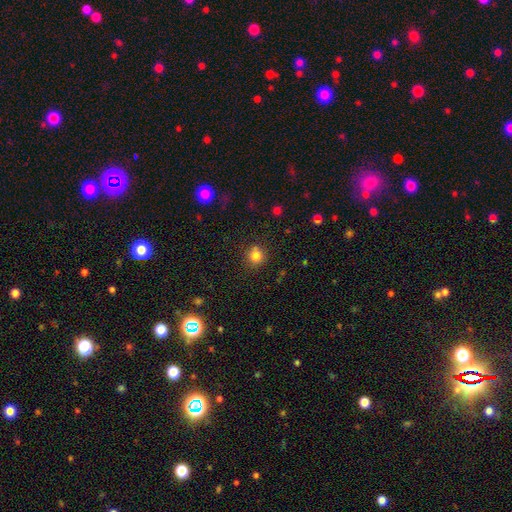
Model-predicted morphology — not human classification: smooth 81%, star or artifact 13%, featured or disk 6%. Down the decision tree: how rounded — round (92%); merging — none (80%).